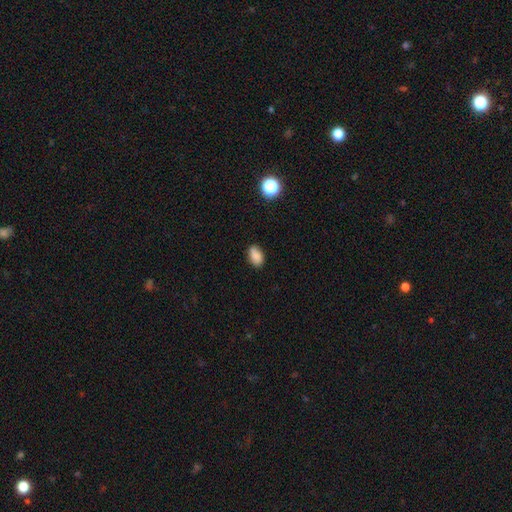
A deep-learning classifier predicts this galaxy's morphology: This appears to be a smooth galaxy with no disk features (84%) that is in between round and cigar-shaped (89%). Merging: none (79%).